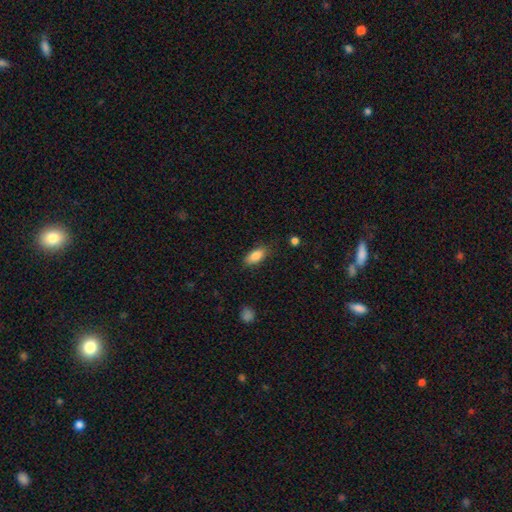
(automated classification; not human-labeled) The model was most divided on "merging": none: 82%, minor disturbance: 14%, major disturbance: 3%, merger: 1%. More confident: how rounded — in between (87%); smooth or featured — smooth (86%).